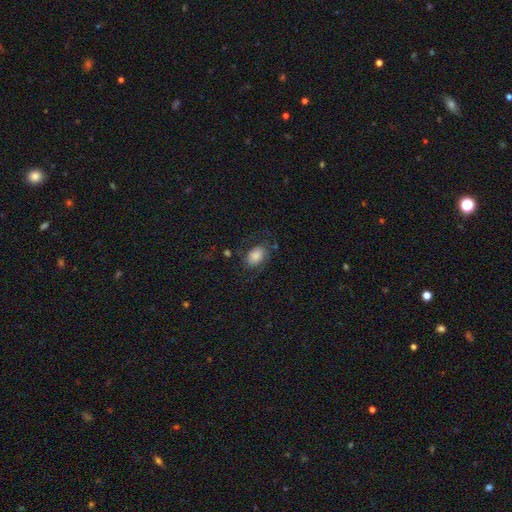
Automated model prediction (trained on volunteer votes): A smooth galaxy with no disk features (65%) that is in between round and cigar-shaped (81%).

Vote fractions:
- Smooth or featured? smooth: 65% / featured or disk: 26% / star or artifact: 9%
- How rounded? in between: 81% / round: 18% / cigar-shaped: 1%
- Merging? none: 55% / major disturbance: 21% / minor disturbance: 21% / merger: 3%